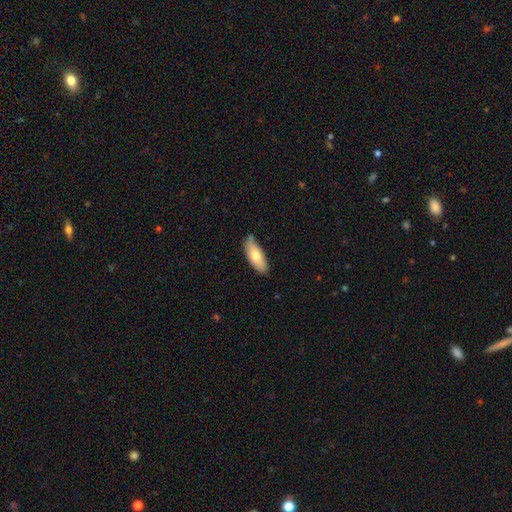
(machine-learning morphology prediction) type=smooth (73%); roundness=in between (78%); merging=none (76%).